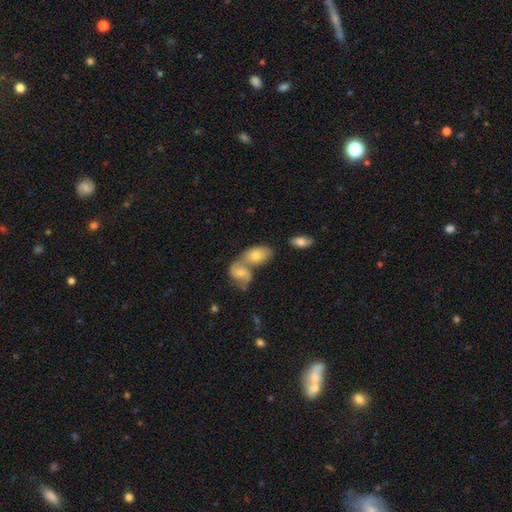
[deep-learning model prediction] The model was most divided on "smooth or featured": smooth: 55%, featured or disk: 35%, star or artifact: 10%. More confident: how rounded — in between (83%); merging — merger (56%).